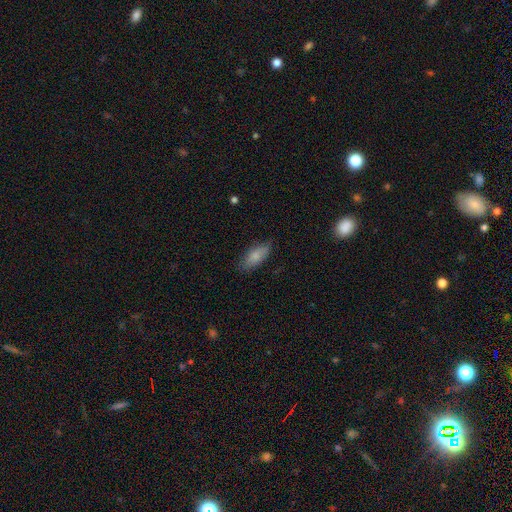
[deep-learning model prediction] Smooth or featured? smooth (83%)
How rounded? in between (83%)
Merging? none (78%)